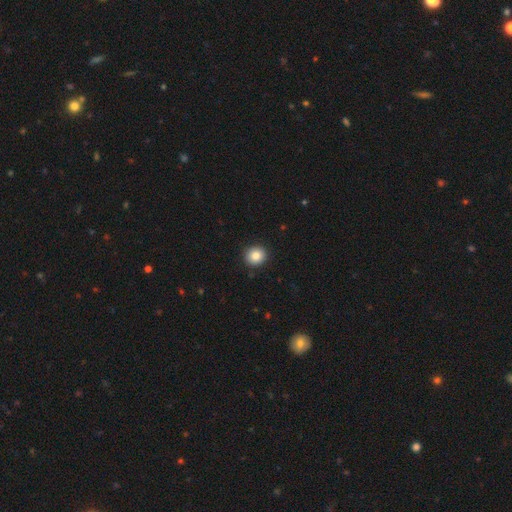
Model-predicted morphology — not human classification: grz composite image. It shows a smooth galaxy with no disk features (85%) that is round (88%). Merging: none (92%).